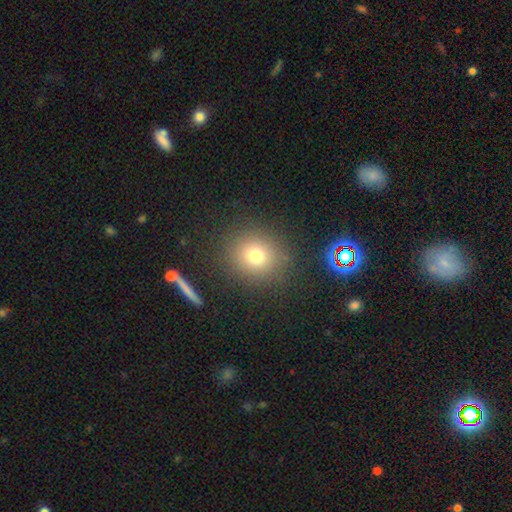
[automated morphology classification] A smooth galaxy with no disk features (75%) that is round (84%).

Vote fractions:
- Smooth or featured? smooth: 75% / star or artifact: 16% / featured or disk: 10%
- How rounded? round: 84% / in between: 15% / cigar-shaped: 1%
- Merging? none: 86% / minor disturbance: 8% / major disturbance: 3% / merger: 3%